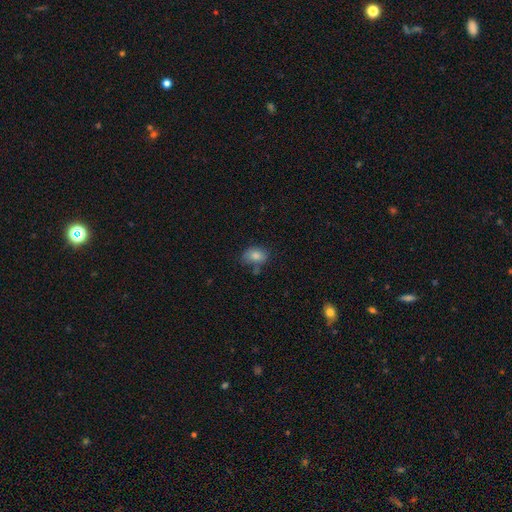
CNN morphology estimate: The model was most divided on "merging": none: 64%, minor disturbance: 23%, merger: 8%, major disturbance: 6%. More confident: smooth or featured — smooth (82%); how rounded — in between (76%).